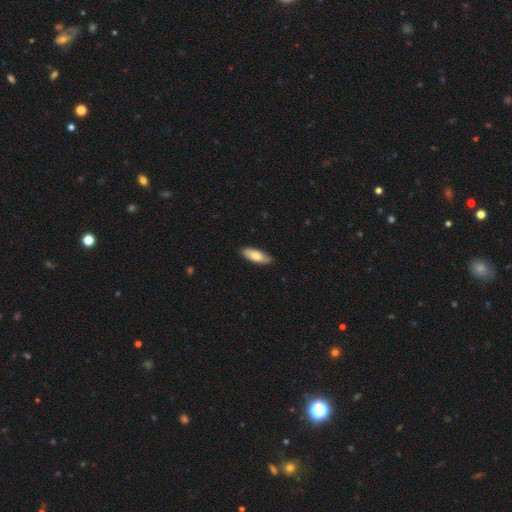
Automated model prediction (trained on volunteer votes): smooth_or_featured: smooth (p=0.77) [alt: featured or disk p=0.17]
how_rounded: in between (p=0.68) [alt: cigar-shaped p=0.31]
merging: none (p=0.85) [alt: minor disturbance p=0.12]